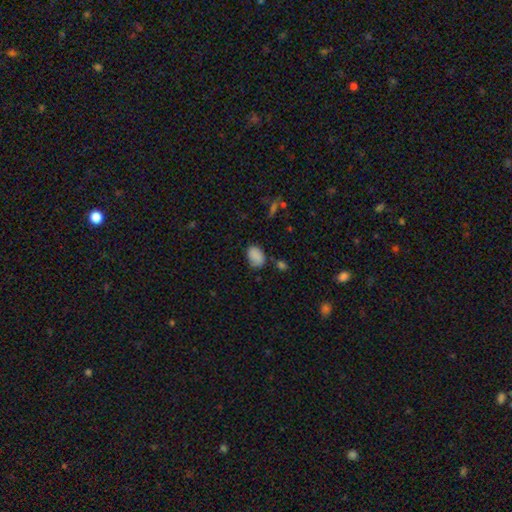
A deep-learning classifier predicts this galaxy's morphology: Overall: smooth (86%). How rounded: in between (82%). Merging: none (71%).